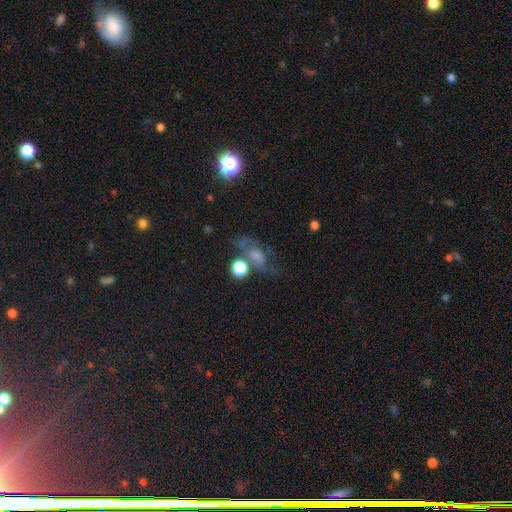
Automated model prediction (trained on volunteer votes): Smooth or featured? Predicted: smooth (p=0.41). Merging? Predicted: none (p=0.48).